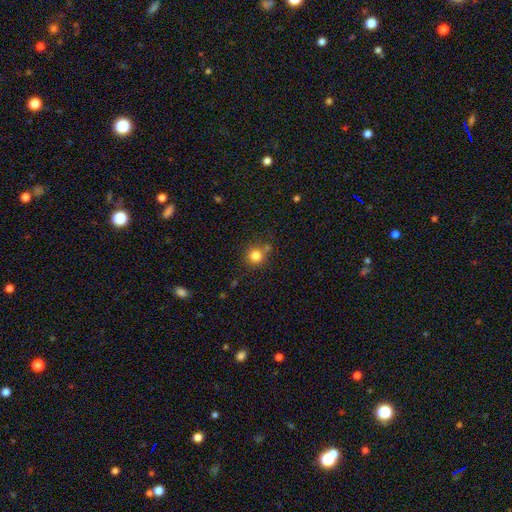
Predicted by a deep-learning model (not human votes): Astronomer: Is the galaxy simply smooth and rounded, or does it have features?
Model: smooth — 81%.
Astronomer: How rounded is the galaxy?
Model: round — 91%.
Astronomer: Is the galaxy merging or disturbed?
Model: none — 72%.